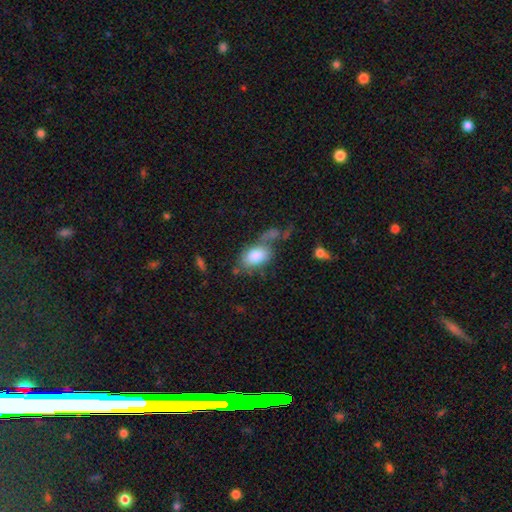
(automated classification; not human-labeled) Smooth or featured?
  - smooth: 80% *
  - featured or disk: 13%
  - star or artifact: 7%
How rounded?
  - in between: 89% *
  - round: 9%
  - cigar-shaped: 2%
Merging?
  - none: 48% *
  - minor disturbance: 21%
  - merger: 16%
  - major disturbance: 16%